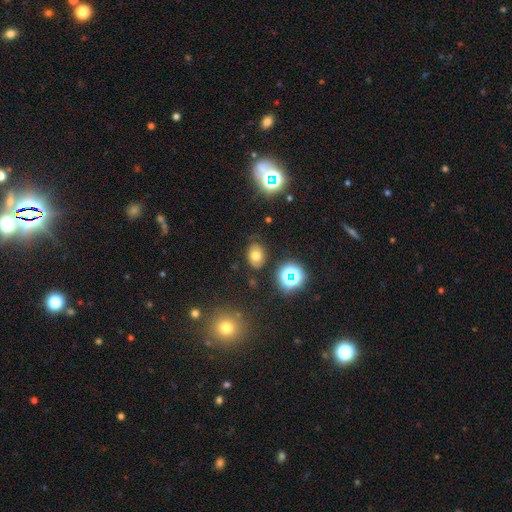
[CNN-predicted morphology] Overall: smooth (64%). How rounded: in between (73%). Merging: none (78%).